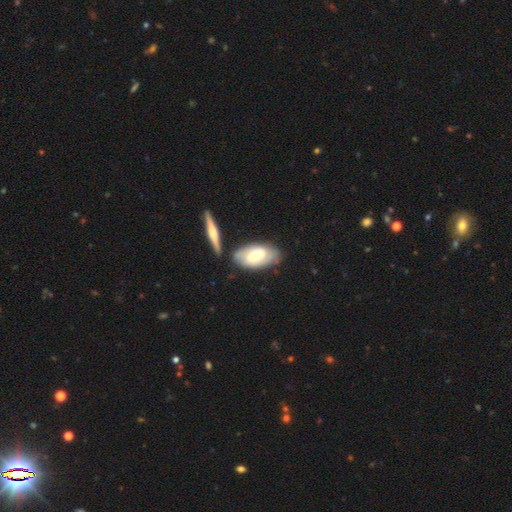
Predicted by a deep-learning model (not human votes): Smooth or featured?
  - smooth: 51% *
  - featured or disk: 44%
  - star or artifact: 6%
How rounded?
  - in between: 91% *
  - cigar-shaped: 6%
  - round: 3%
Merging?
  - none: 70% *
  - minor disturbance: 15%
  - merger: 10%
  - major disturbance: 4%